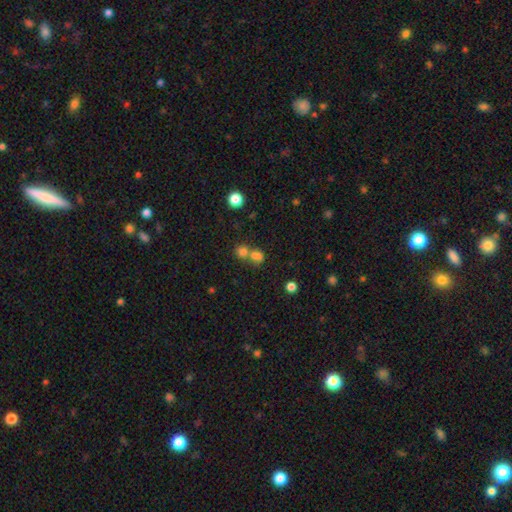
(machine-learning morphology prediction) Smooth or featured? smooth (74%)
How rounded? round (60%)
Merging? merger (57%)